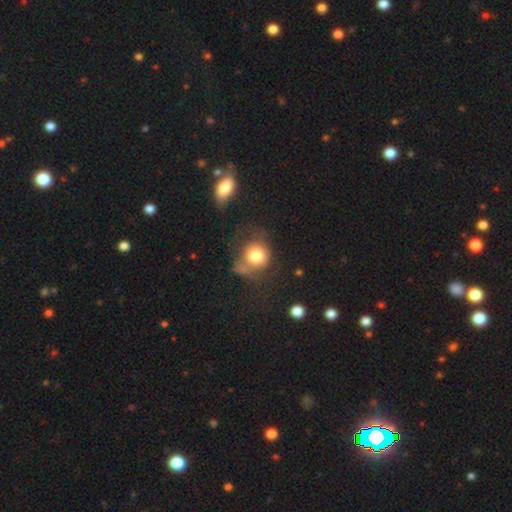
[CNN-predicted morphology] Smooth or featured? Predicted: smooth (p=0.75). How rounded? Predicted: round (p=0.80). Merging? Predicted: none (p=0.41).